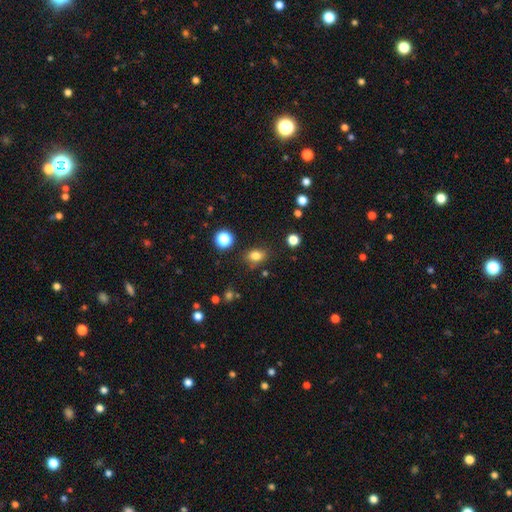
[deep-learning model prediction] Q: Smooth or featured?
A: smooth (80%); runner-up: star or artifact (13%)
Q: How rounded?
A: in between (67%); runner-up: round (32%)
Q: Merging?
A: none (78%); runner-up: minor disturbance (14%)